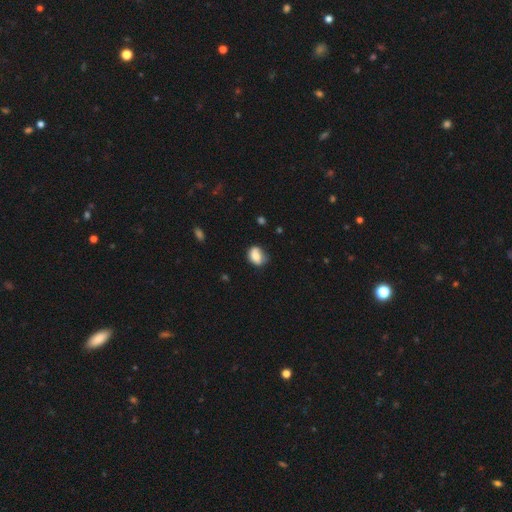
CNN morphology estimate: This is likely a smooth galaxy (77%). How rounded: likely in between (63%). Merging: possibly none (52%).